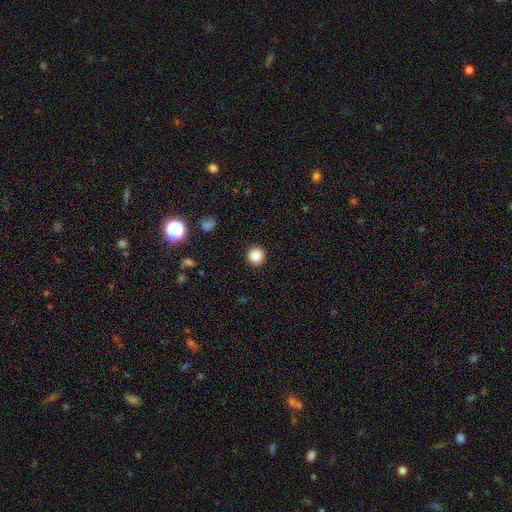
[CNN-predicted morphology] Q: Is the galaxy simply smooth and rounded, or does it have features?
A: smooth — 87%.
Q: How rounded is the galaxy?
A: round — 95%.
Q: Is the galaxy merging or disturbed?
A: none — 92%.